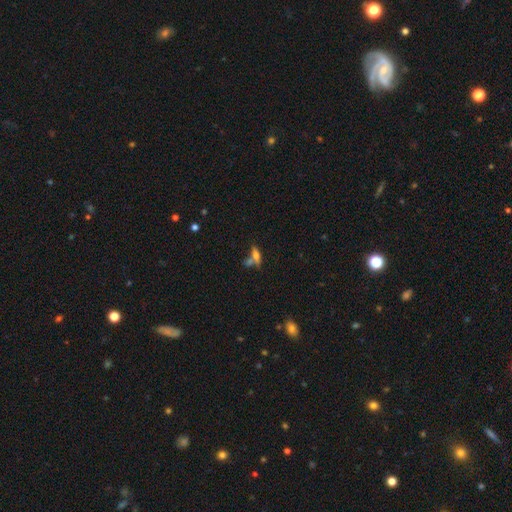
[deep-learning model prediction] A smooth galaxy with no disk features (50%) that is in between round and cigar-shaped (50%). Merging: none (46%).